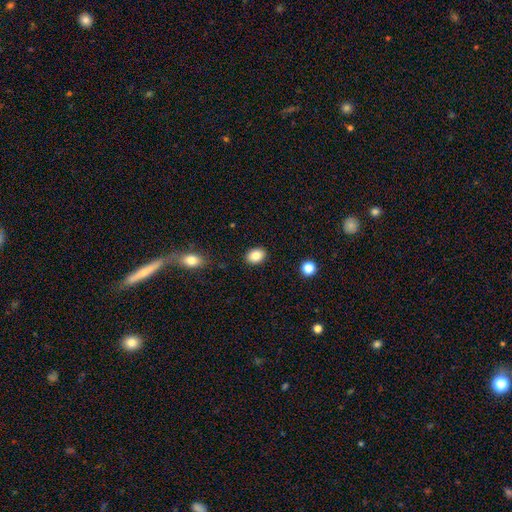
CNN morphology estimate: Smooth or featured? Predicted: smooth (p=0.86). How rounded? Predicted: in between (p=0.69). Merging? Predicted: none (p=0.89).